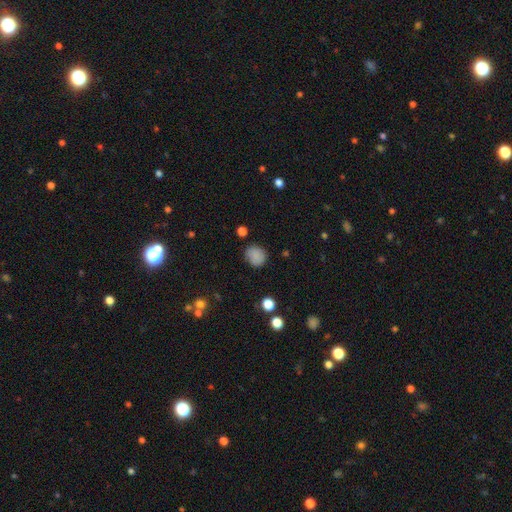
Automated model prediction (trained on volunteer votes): Smooth or featured? smooth (85%)
How rounded? round (80%)
Merging? none (83%)